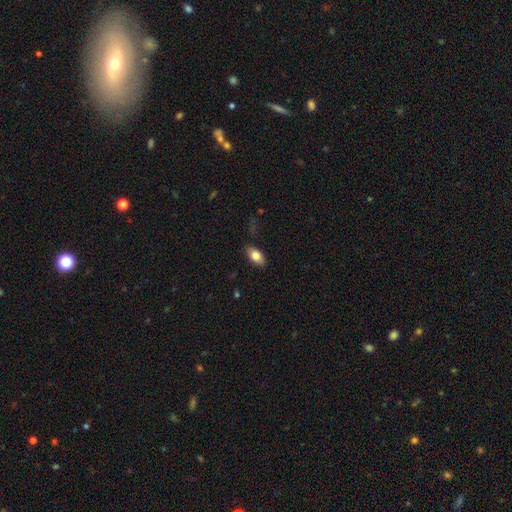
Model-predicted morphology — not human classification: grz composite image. It shows a smooth galaxy with no disk features (78%) that is in between round and cigar-shaped (89%). Merging: none (85%).